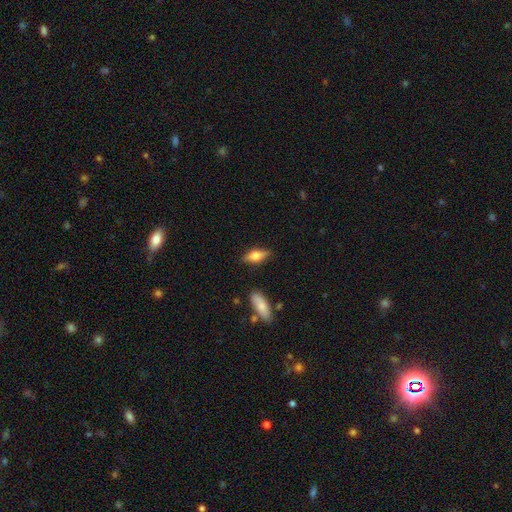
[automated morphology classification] smooth-or-featured: smooth: 58% | featured or disk: 35% | star or artifact: 7%
  how-rounded: in between: 66% | cigar-shaped: 31% | round: 4%
  merging: none: 83% | minor disturbance: 12% | major disturbance: 3% | merger: 2%